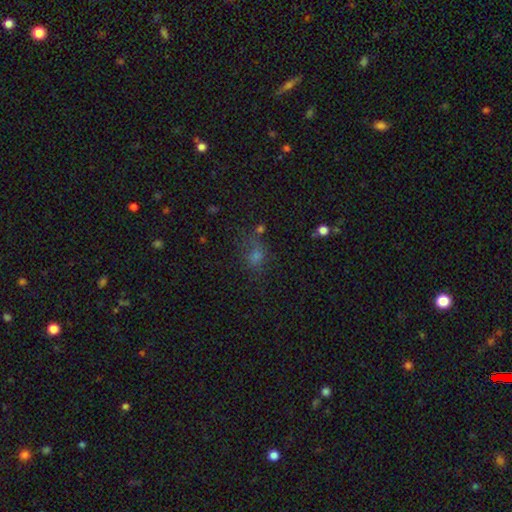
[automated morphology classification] Q: Smooth or featured?
A: smooth (56%); runner-up: star or artifact (31%)
Q: How rounded?
A: in between (51%); runner-up: round (46%)
Q: Merging?
A: none (56%); runner-up: minor disturbance (22%)